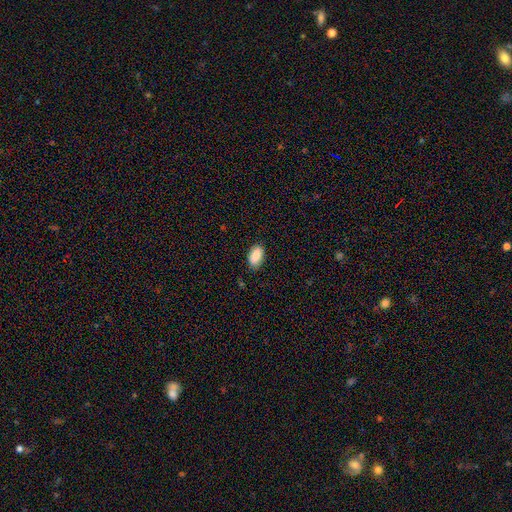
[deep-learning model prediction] Q: Smooth or featured?
A: smooth (89%); runner-up: star or artifact (7%)
Q: How rounded?
A: in between (94%); runner-up: round (4%)
Q: Merging?
A: none (85%); runner-up: minor disturbance (12%)